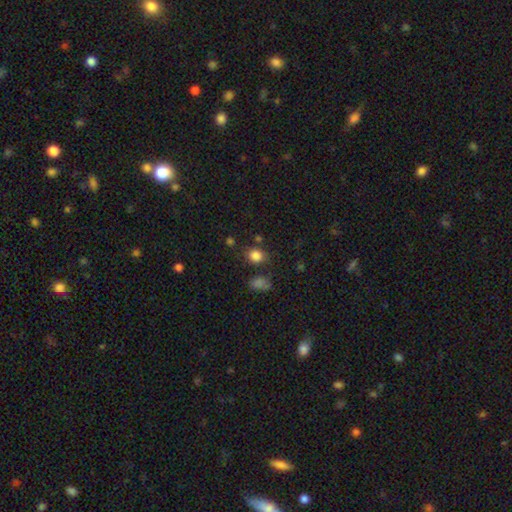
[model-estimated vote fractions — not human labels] smooth-or-featured: smooth: 83% | star or artifact: 12% | featured or disk: 5%
  how-rounded: round: 62% | in between: 37% | cigar-shaped: 1%
  merging: none: 77% | minor disturbance: 12% | merger: 6% | major disturbance: 4%